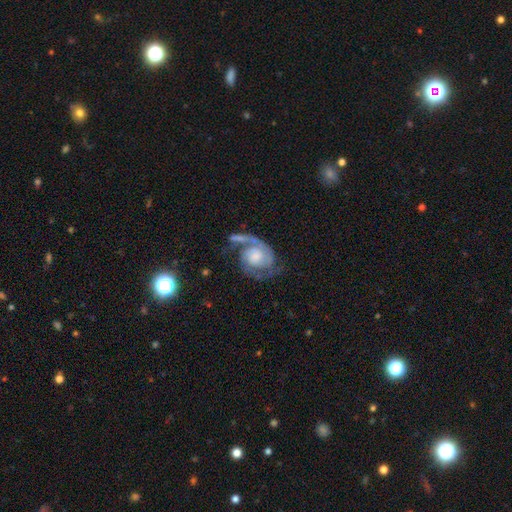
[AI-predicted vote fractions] This is clearly a featured or disk galaxy (83%). It is clearly not viewed edge-on (98%). Bar: likely no (73%). Spiral arm pattern: clearly yes (94%). Spiral arm count: likely 2 (71%). Spiral winding: marginally medium (43%). Central bulge: marginally small (36%). Merging: possibly none (49%).